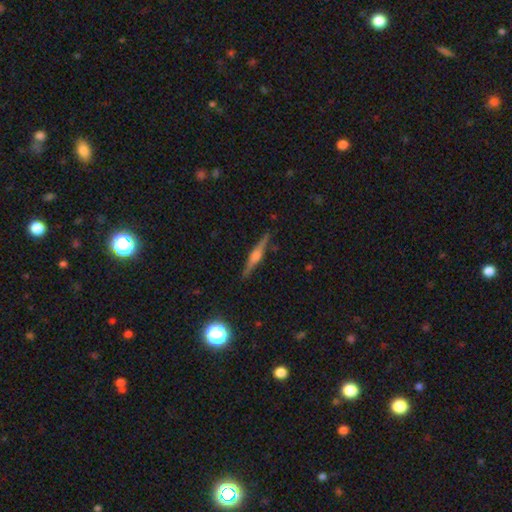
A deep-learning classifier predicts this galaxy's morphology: smooth-or-featured: featured or disk: 76% | smooth: 16% | star or artifact: 7%
  disk-edge-on: yes: 98% | no: 2%
    edge-on-bulge: rounded: 84% | boxy: 11% | none: 5%
  merging: none: 90% | minor disturbance: 7% | major disturbance: 1% | merger: 1%